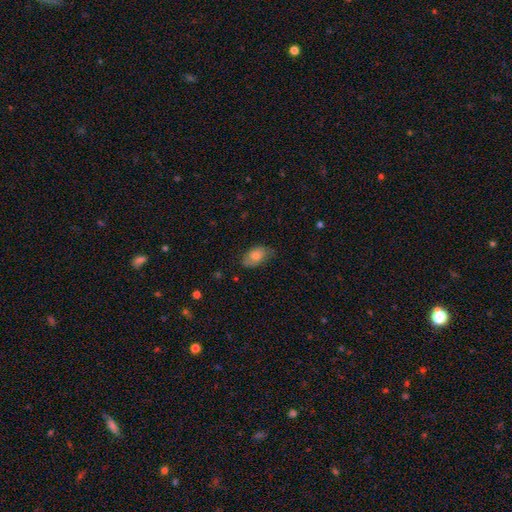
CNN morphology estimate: The model was most divided on "merging": none: 70%, minor disturbance: 23%, major disturbance: 6%, merger: 1%. More confident: how rounded — in between (91%); smooth or featured — smooth (71%).